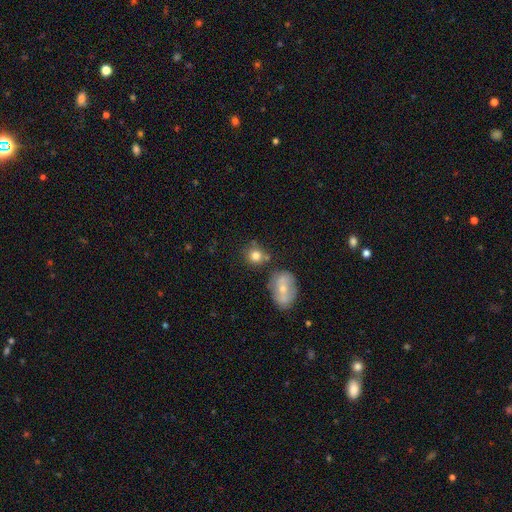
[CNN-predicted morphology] The model was most divided on "merging": none: 65%, merger: 18%, minor disturbance: 13%, major disturbance: 4%. More confident: how rounded — round (81%); smooth or featured — smooth (78%).